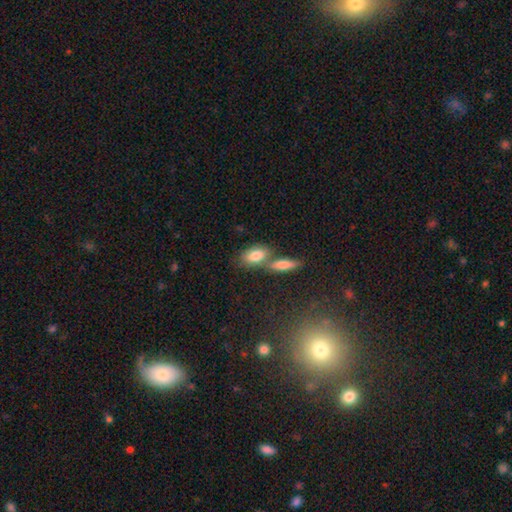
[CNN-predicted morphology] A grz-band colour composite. It shows a smooth galaxy with no disk features (79%) that is in between round and cigar-shaped (88%). Merging: none (44%).